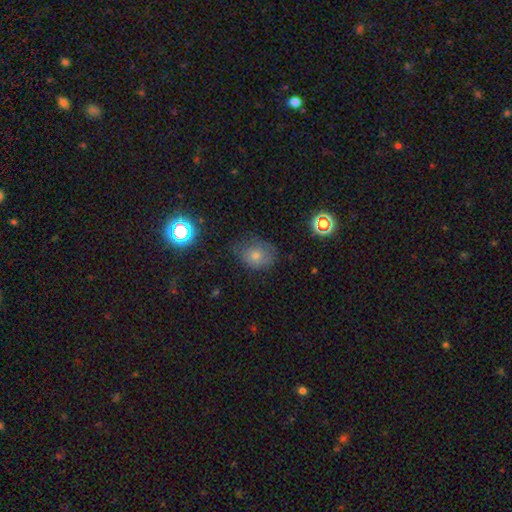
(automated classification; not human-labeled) Smooth or featured: smooth — 63% (star or artifact — 19%)
How rounded: round — 51% (in between — 48%)
Merging: none — 65% (minor disturbance — 25%)